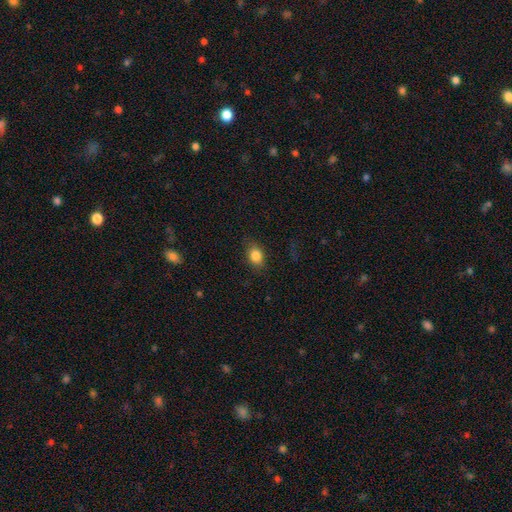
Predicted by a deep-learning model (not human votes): smooth_or_featured: smooth (p=0.84) [alt: star or artifact p=0.10]
how_rounded: in between (p=0.67) [alt: round p=0.31]
merging: none (p=0.81) [alt: minor disturbance p=0.14]